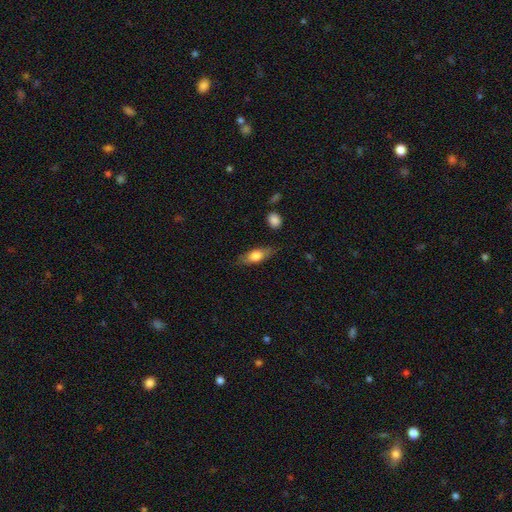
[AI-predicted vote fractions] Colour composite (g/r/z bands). It shows a smooth galaxy with no disk features (69%) that is in between round and cigar-shaped (68%). Merging: none (79%).